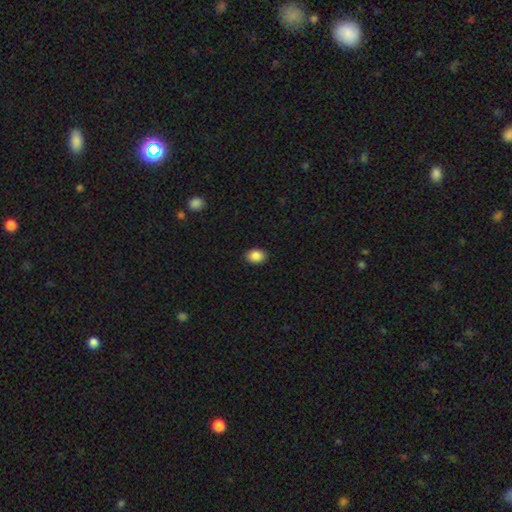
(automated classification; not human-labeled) Morphology: type=smooth (88%); roundness=in between (74%); merging=none (90%).